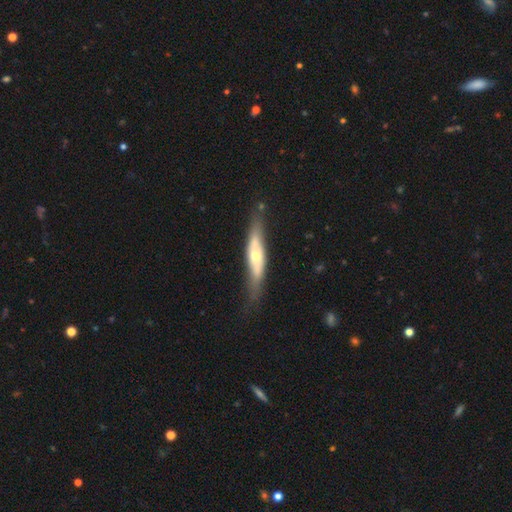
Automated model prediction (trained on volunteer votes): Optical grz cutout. It shows a featured or disk galaxy (54%) viewed edge-on (71%). Merging: none (70%).